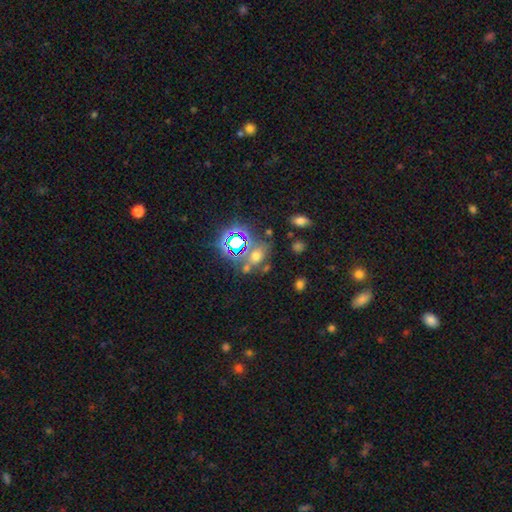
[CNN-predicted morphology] Smooth or featured? smooth (46%)
Merging? none (61%)